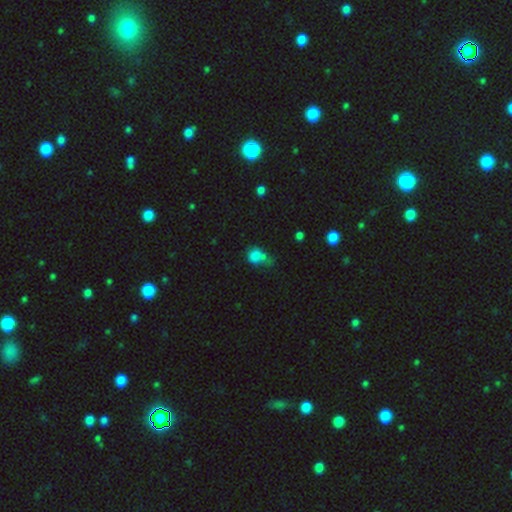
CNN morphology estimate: Smooth or featured?
  - smooth: 76% *
  - star or artifact: 13%
  - featured or disk: 11%
How rounded?
  - round: 64% *
  - in between: 35%
  - cigar-shaped: 1%
Merging?
  - none: 32% * (tied)
  - merger: 32% * (tied)
  - minor disturbance: 21%
  - major disturbance: 14%